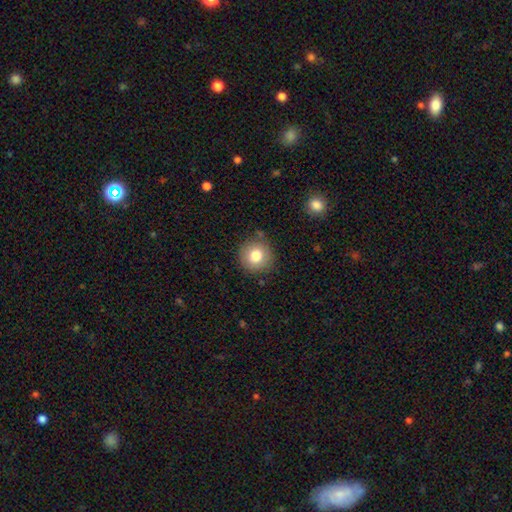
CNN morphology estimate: This appears to be a smooth galaxy with no disk features (79%) that is round (93%). Merging: none (84%).